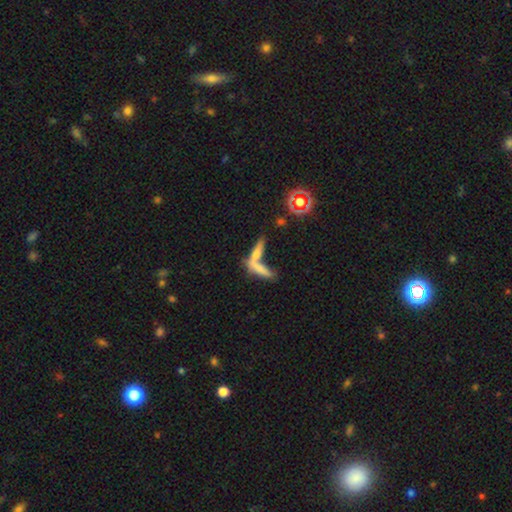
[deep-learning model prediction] A smooth galaxy with no disk features (61%) that is cigar-shaped (72%).

Vote fractions:
- Smooth or featured? smooth: 61% / featured or disk: 25% / star or artifact: 13%
- How rounded? cigar-shaped: 72% / in between: 24% / round: 4%
- Merging? merger: 58% / none: 29% / minor disturbance: 7% / major disturbance: 5%